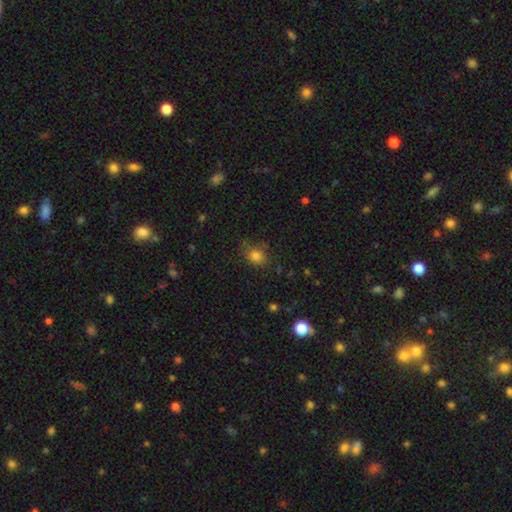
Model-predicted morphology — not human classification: The model was most divided on "how rounded": round: 58%, in between: 41%, cigar-shaped: 1%. More confident: smooth or featured — smooth (80%); merging — none (69%).